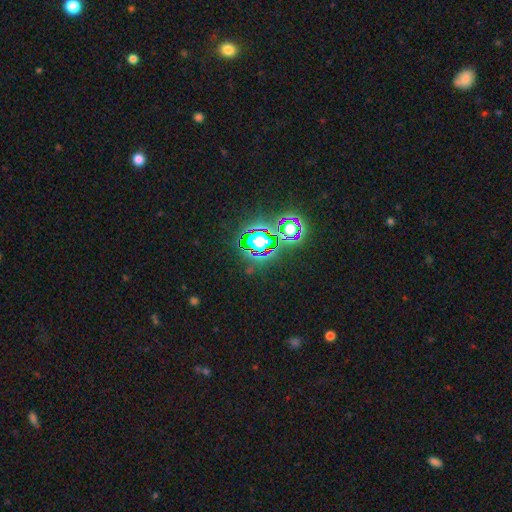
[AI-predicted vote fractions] Morphology: type=star or artifact (78%).